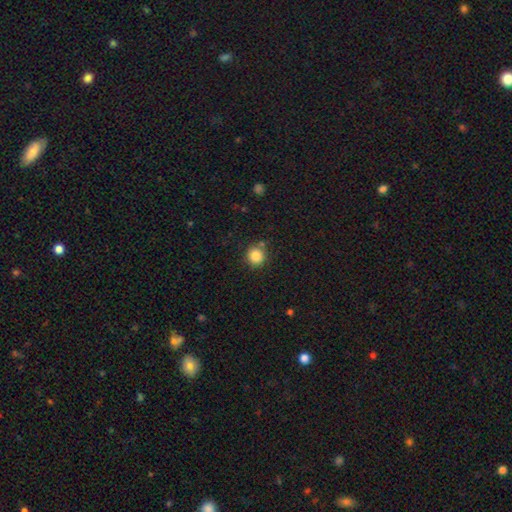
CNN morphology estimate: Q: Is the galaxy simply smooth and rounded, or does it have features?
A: smooth — 85%.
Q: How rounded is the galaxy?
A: round — 89%.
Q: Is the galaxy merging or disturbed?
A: none — 80%.